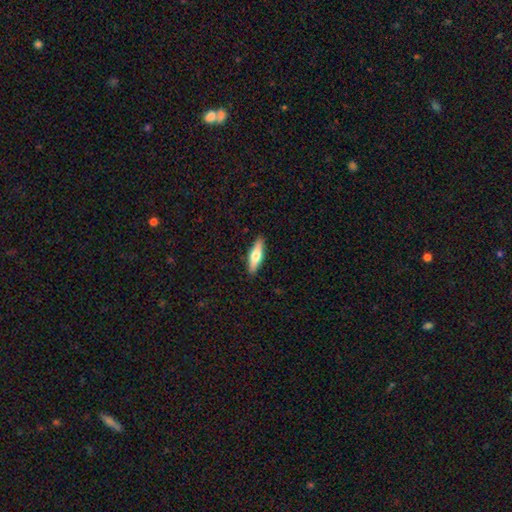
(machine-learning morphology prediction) type=smooth (58%); roundness=cigar-shaped (58%); merging=none (90%).